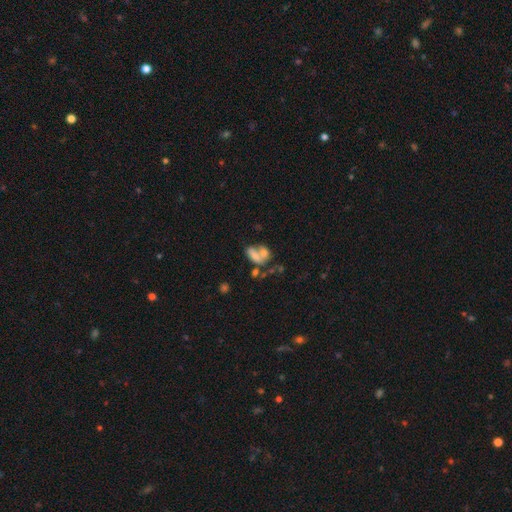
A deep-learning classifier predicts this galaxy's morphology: Smooth or featured?
  - smooth: 61% *
  - featured or disk: 28%
  - star or artifact: 12%
How rounded?
  - in between: 82% *
  - round: 14%
  - cigar-shaped: 4%
Merging?
  - merger: 57% *
  - none: 20%
  - major disturbance: 12%
  - minor disturbance: 10%